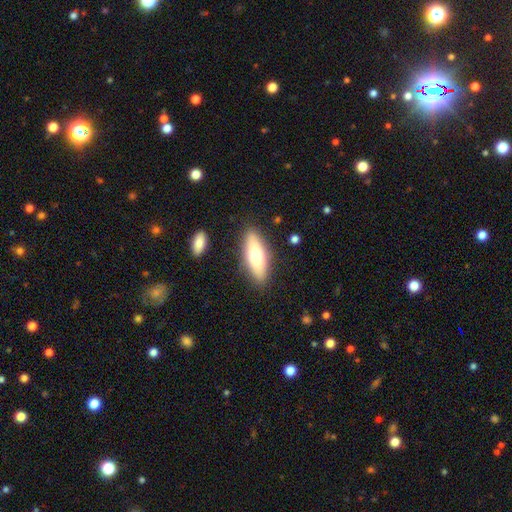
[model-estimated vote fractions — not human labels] Morphology: type=smooth (65%); roundness=in between (66%); merging=none (85%).